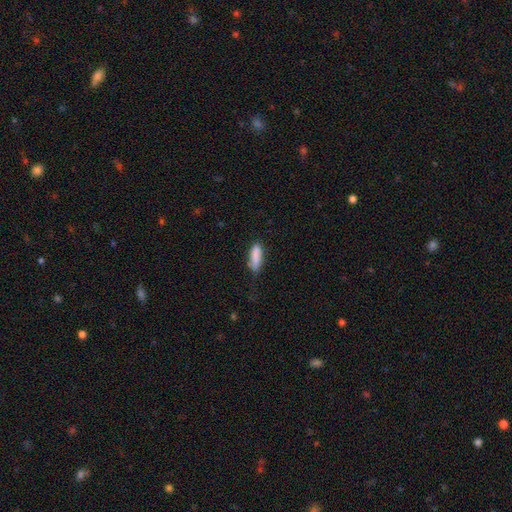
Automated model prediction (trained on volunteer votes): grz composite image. It shows a smooth galaxy with no disk features (86%) that is cigar-shaped (54%). Merging: none (68%).